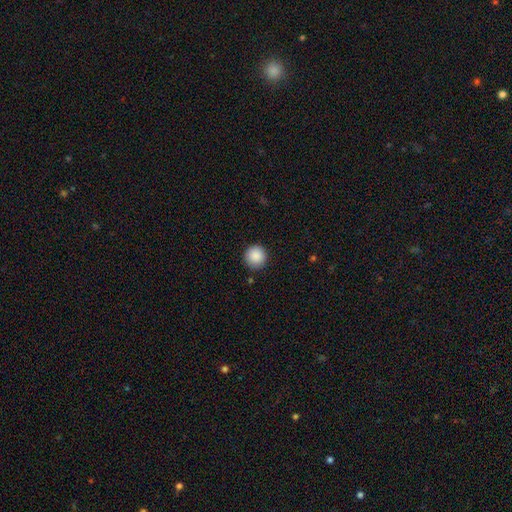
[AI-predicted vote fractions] smooth_or_featured: smooth (p=0.89) [alt: star or artifact p=0.08]
how_rounded: round (p=0.95) [alt: in between p=0.04]
merging: none (p=0.90) [alt: minor disturbance p=0.07]